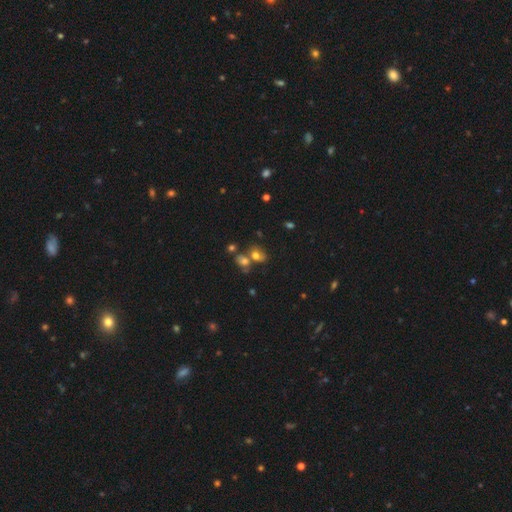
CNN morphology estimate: The model was most divided on "merging": none: 43%, merger: 38%, minor disturbance: 13%, major disturbance: 6%. More confident: smooth or featured — smooth (68%); how rounded — in between (58%).